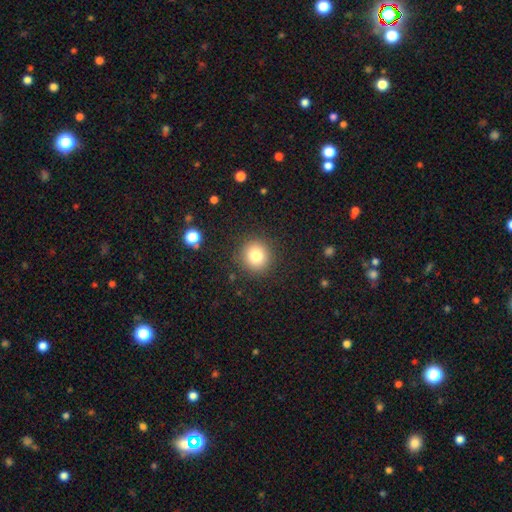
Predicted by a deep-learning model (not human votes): A smooth galaxy with no disk features (79%) that is round (93%).

Vote fractions:
- Smooth or featured? smooth: 79% / star or artifact: 12% / featured or disk: 9%
- How rounded? round: 93% / in between: 6% / cigar-shaped: 1%
- Merging? none: 89% / minor disturbance: 7% / major disturbance: 3% / merger: 1%